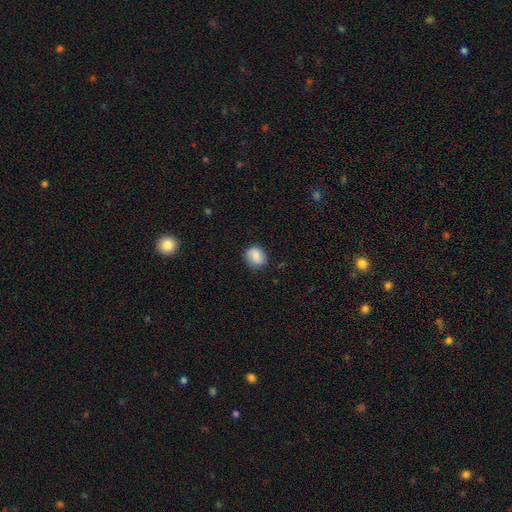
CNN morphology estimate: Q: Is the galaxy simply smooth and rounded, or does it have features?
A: smooth — 79%.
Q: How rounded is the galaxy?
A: round — 66%.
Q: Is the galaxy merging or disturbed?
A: none — 77%.